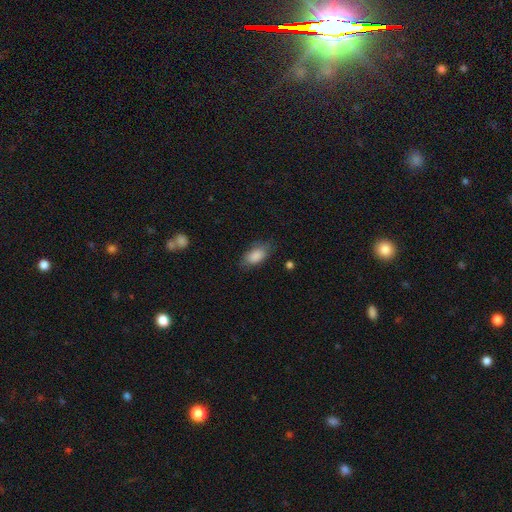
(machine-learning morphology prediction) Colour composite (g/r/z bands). It shows a smooth galaxy with no disk features (87%) that is in between round and cigar-shaped (92%). Merging: none (72%).